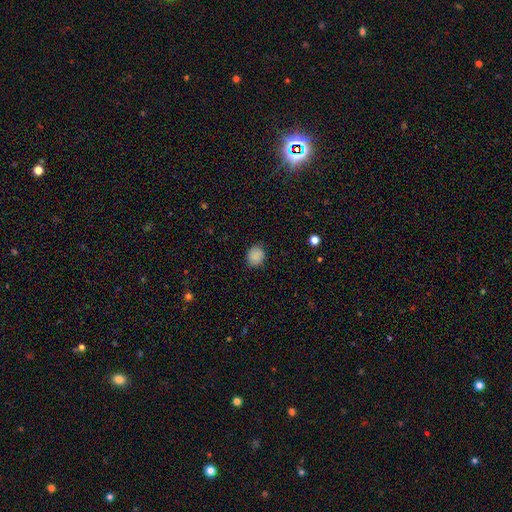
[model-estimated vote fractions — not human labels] smooth-or-featured: smooth: 87% | star or artifact: 8% | featured or disk: 4%
  how-rounded: round: 70% | in between: 29% | cigar-shaped: 1%
  merging: none: 84% | minor disturbance: 12% | major disturbance: 3% | merger: 1%